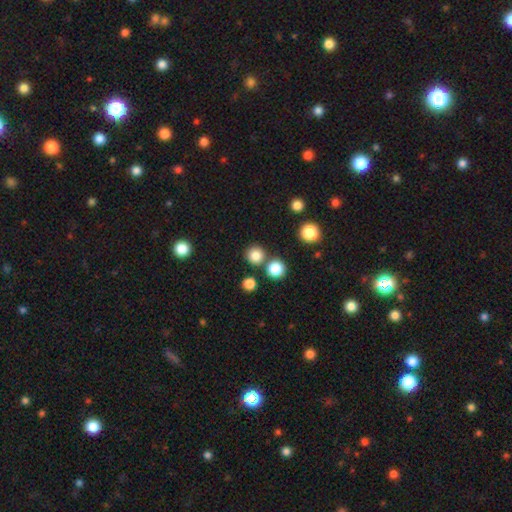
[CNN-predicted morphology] Smooth or featured? Predicted: smooth (p=0.82). How rounded? Predicted: round (p=0.94). Merging? Predicted: none (p=0.80).